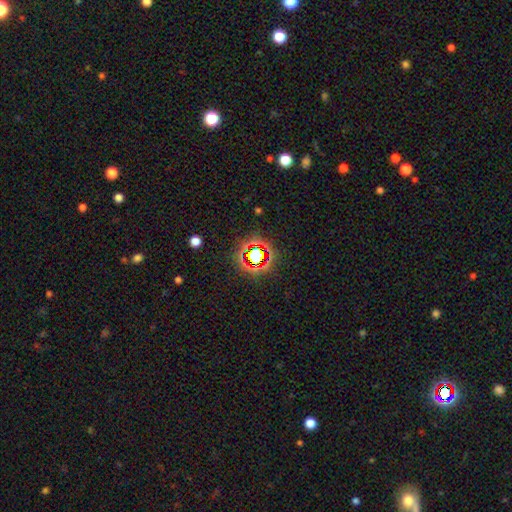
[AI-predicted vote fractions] The model was most divided on "smooth or featured": star or artifact: 68%, smooth: 20%, featured or disk: 11%.